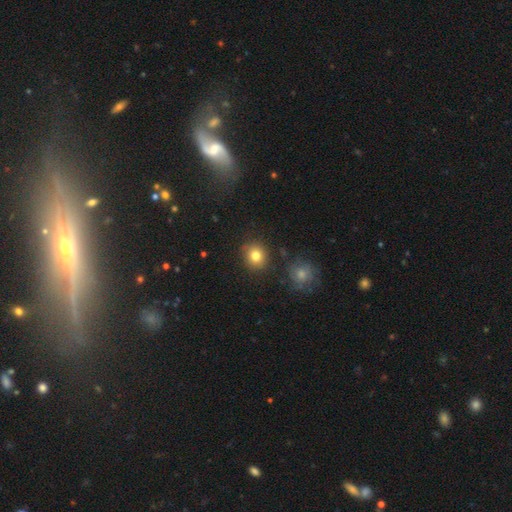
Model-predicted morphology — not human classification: The model was most divided on "how rounded": round: 83%, in between: 16%, cigar-shaped: 1%. More confident: merging — none (85%); smooth or featured — smooth (81%).